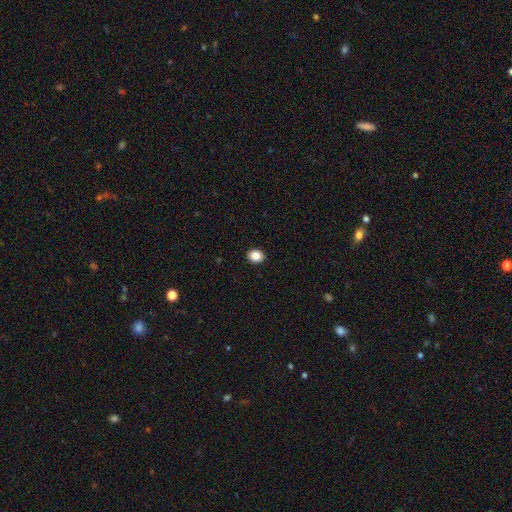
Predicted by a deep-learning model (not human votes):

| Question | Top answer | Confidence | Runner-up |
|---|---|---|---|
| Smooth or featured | smooth | 85% | star or artifact (10%) |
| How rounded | round | 65% | in between (34%) |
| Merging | none | 92% | minor disturbance (5%) |